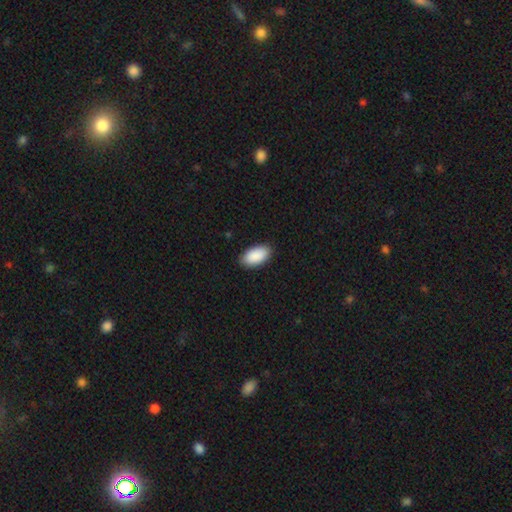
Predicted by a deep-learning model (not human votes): Smooth or featured? smooth (91%)
How rounded? in between (95%)
Merging? none (87%)